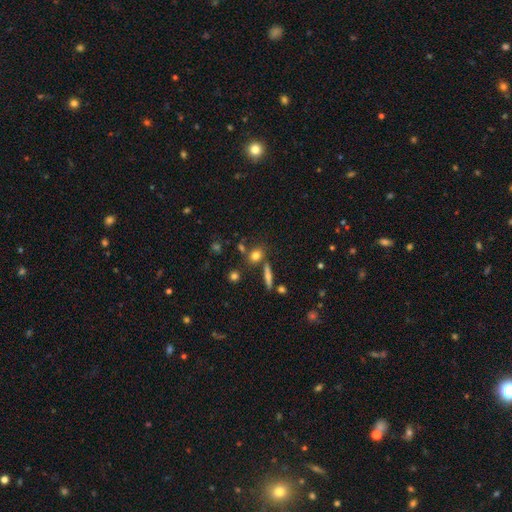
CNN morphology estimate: Overall: smooth (74%). How rounded: round (53%; in between 38%). Merging: none (68%).